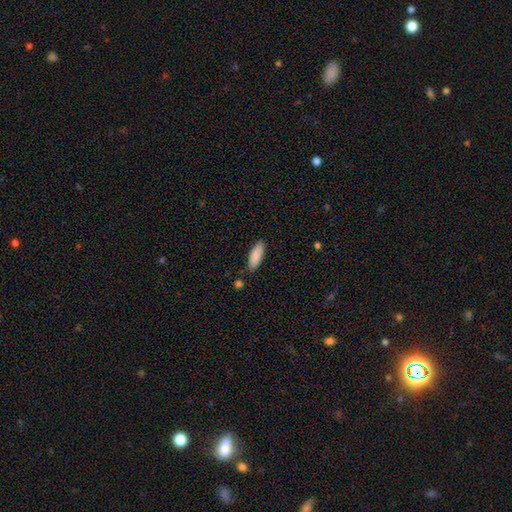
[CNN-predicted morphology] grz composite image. It shows a smooth galaxy with no disk features (89%) that is in between round and cigar-shaped (63%). Merging: none (83%).